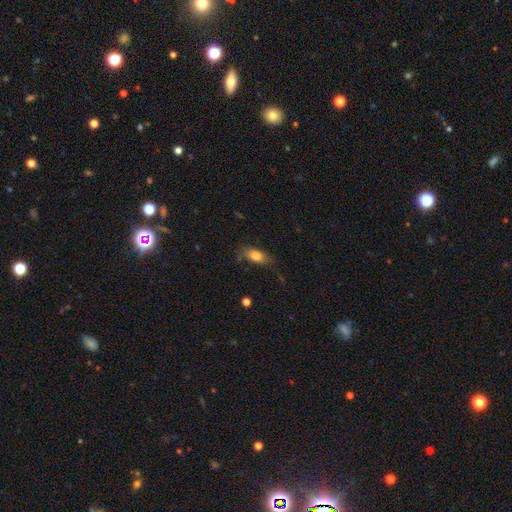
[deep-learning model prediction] Smooth or featured? smooth (78%)
How rounded? in between (83%)
Merging? none (65%)